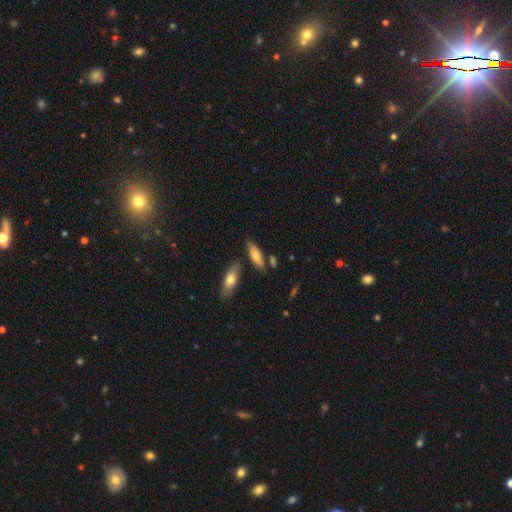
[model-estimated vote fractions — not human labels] smooth-or-featured: smooth: 70% | featured or disk: 23% | star or artifact: 7%
  how-rounded: in between: 56% | cigar-shaped: 41% | round: 3%
  merging: none: 70% | minor disturbance: 16% | merger: 11% | major disturbance: 4%